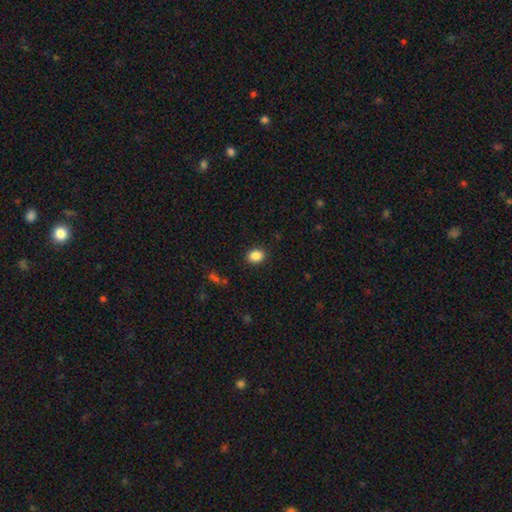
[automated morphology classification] Smooth or featured? smooth (87%)
How rounded? in between (58%)
Merging? none (89%)